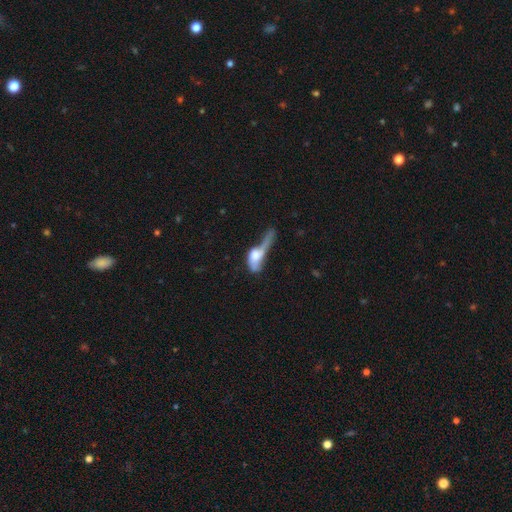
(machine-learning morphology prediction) smooth-or-featured: smooth: 49% | featured or disk: 42% | star or artifact: 10%
  merging: major disturbance: 51% | merger: 25% | none: 13% | minor disturbance: 12%